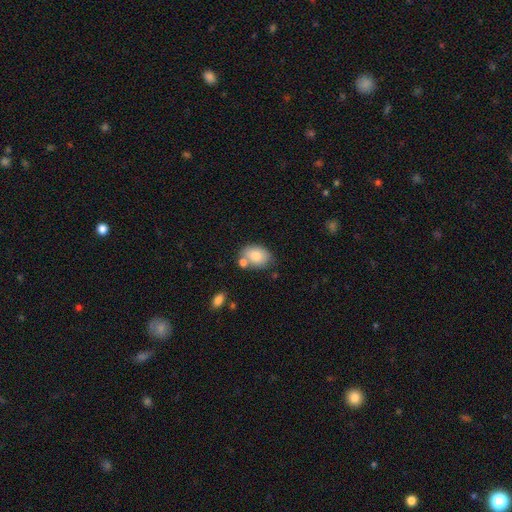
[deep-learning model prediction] Smooth or featured? smooth (83%)
How rounded? in between (81%)
Merging? none (61%)